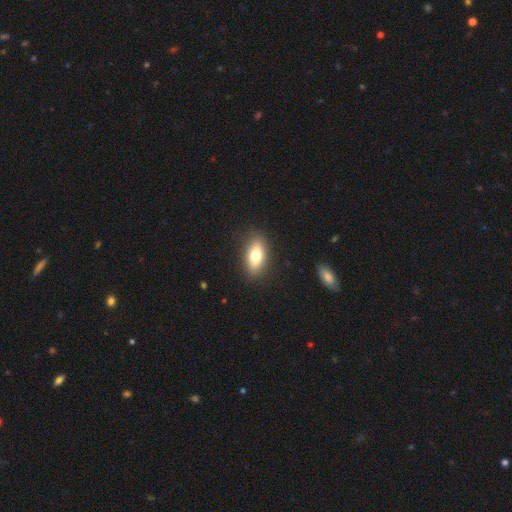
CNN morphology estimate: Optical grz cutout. It shows a smooth galaxy with no disk features (76%) that is in between round and cigar-shaped (85%). Merging: none (87%).